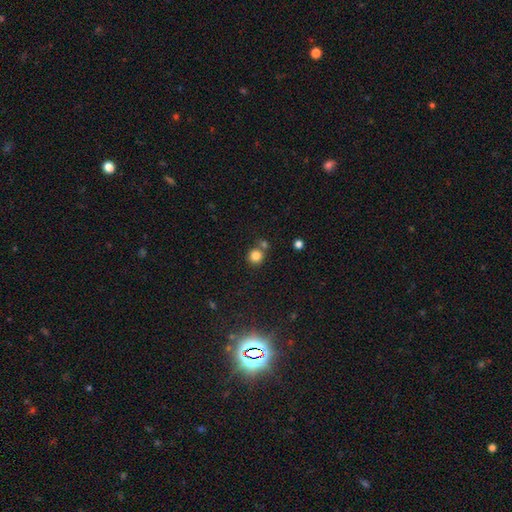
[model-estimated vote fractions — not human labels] Smooth or featured: smooth — 82% (star or artifact — 12%)
How rounded: round — 91% (in between — 8%)
Merging: none — 66% (merger — 22%)